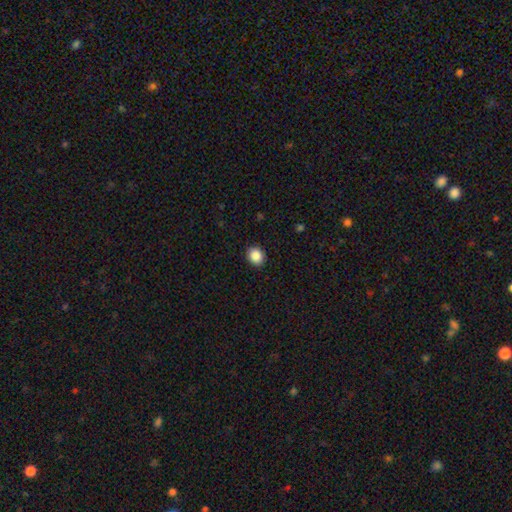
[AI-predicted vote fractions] Morphology: type=smooth (88%); roundness=round (70%); merging=none (91%).